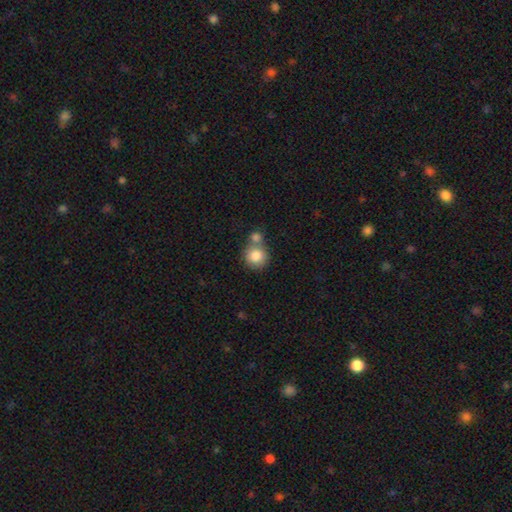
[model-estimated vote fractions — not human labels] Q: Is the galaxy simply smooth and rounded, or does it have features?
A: smooth — 82%.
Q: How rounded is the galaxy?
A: round — 88%.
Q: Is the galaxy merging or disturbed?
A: none — 48%.